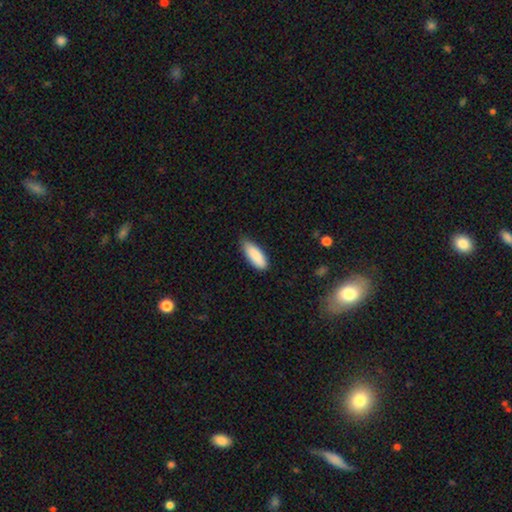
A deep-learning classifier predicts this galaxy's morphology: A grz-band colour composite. It shows a smooth galaxy with no disk features (88%) that is in between round and cigar-shaped (74%). Merging: none (71%).